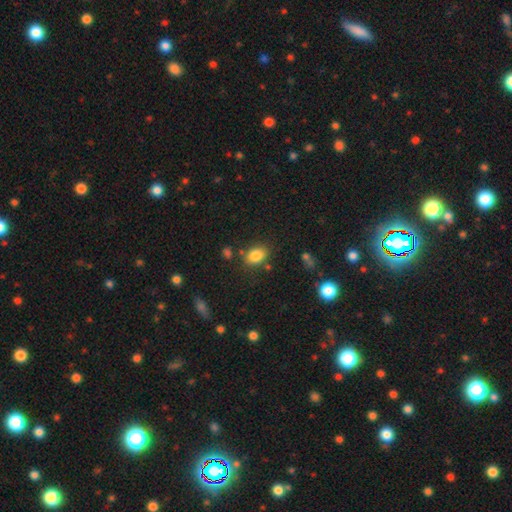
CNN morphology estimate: This appears to be a smooth galaxy with no disk features (84%) that is in between round and cigar-shaped (77%). Merging: none (78%).